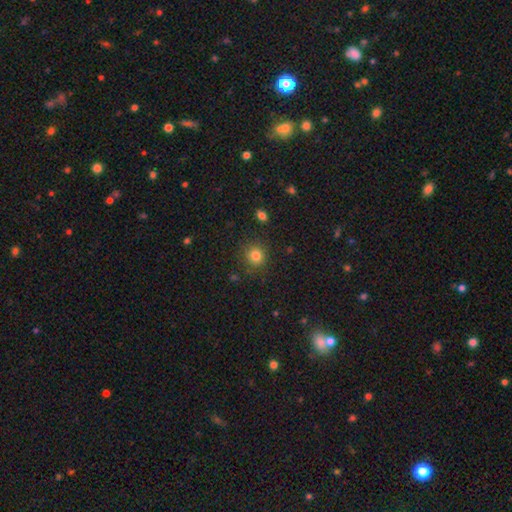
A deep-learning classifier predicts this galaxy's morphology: smooth-or-featured: smooth: 81% | star or artifact: 13% | featured or disk: 6%
  how-rounded: round: 89% | in between: 10% | cigar-shaped: 1%
  merging: none: 85% | minor disturbance: 10% | major disturbance: 3% | merger: 2%